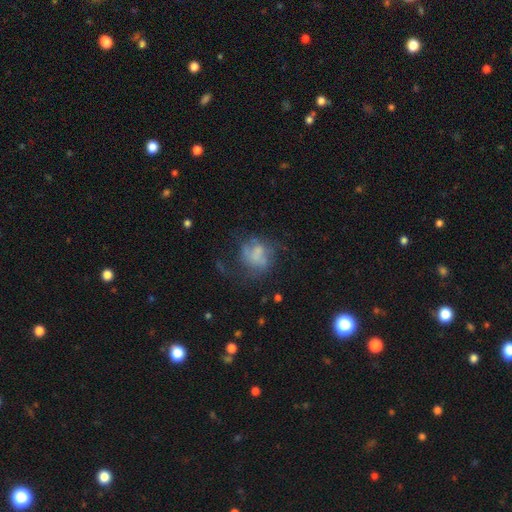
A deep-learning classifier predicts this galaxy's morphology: Q: Smooth or featured?
A: featured or disk (44%); runner-up: smooth (43%)
Q: Merging?
A: none (38%); runner-up: major disturbance (33%)